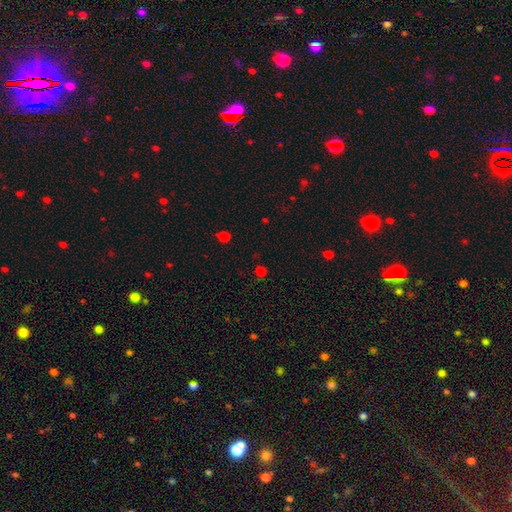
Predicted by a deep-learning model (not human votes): This is likely a smooth galaxy (64%). How rounded: likely round (79%). Merging: clearly none (81%).